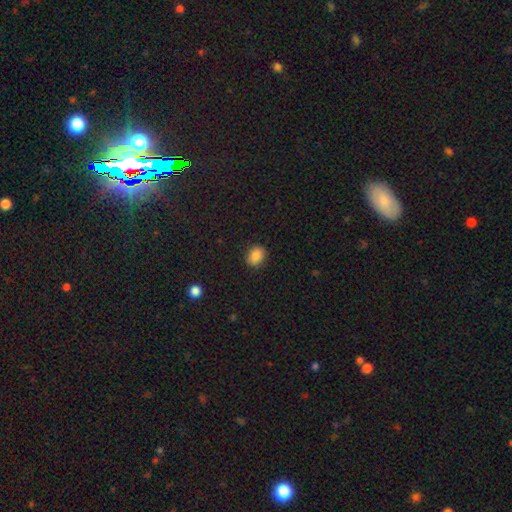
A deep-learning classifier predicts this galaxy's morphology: smooth_or_featured: smooth (p=0.85) [alt: star or artifact p=0.10]
how_rounded: round (p=0.52) [alt: in between p=0.47]
merging: none (p=0.88) [alt: minor disturbance p=0.09]